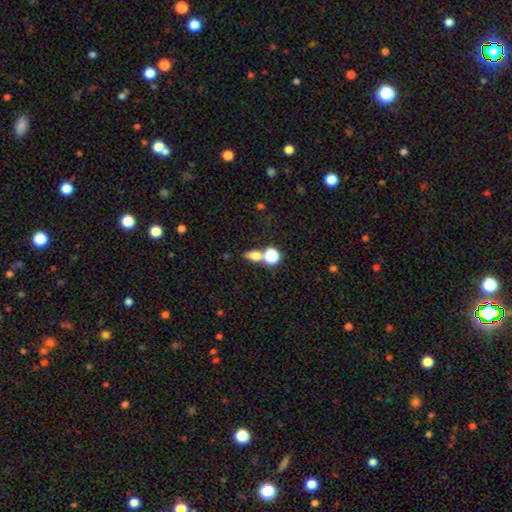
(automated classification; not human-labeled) Smooth or featured?
  - smooth: 68% *
  - star or artifact: 19%
  - featured or disk: 14%
How rounded?
  - in between: 60% *
  - round: 31%
  - cigar-shaped: 9%
Merging?
  - none: 57% *
  - merger: 28%
  - minor disturbance: 10%
  - major disturbance: 5%